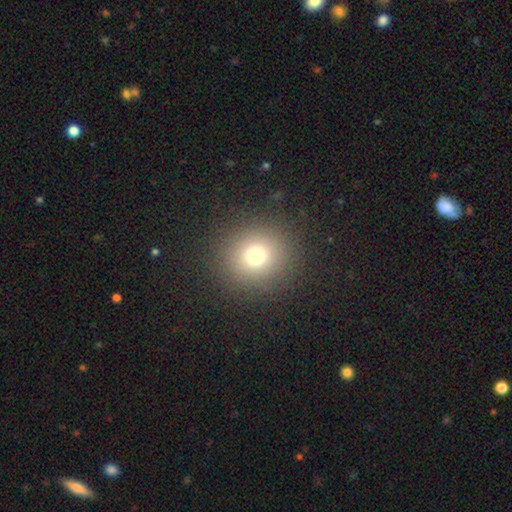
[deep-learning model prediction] A smooth galaxy with no disk features (73%) that is round (90%). Merging: none (89%).